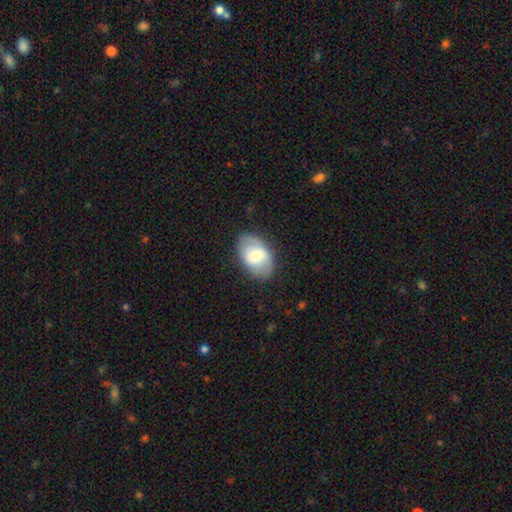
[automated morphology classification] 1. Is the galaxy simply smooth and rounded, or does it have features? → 60% smooth, 33% featured or disk, 7% star or artifact.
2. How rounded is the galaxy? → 88% in between, 11% round, 1% cigar-shaped.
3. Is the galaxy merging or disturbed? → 79% none, 15% minor disturbance, 5% major disturbance, 1% merger.